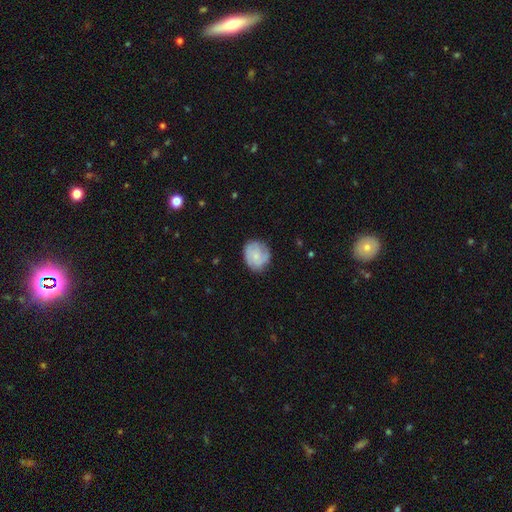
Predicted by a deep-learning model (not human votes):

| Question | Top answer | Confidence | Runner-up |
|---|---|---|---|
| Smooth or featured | smooth | 53% | featured or disk (40%) |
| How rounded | round | 73% | in between (26%) |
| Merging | none | 75% | minor disturbance (19%) |